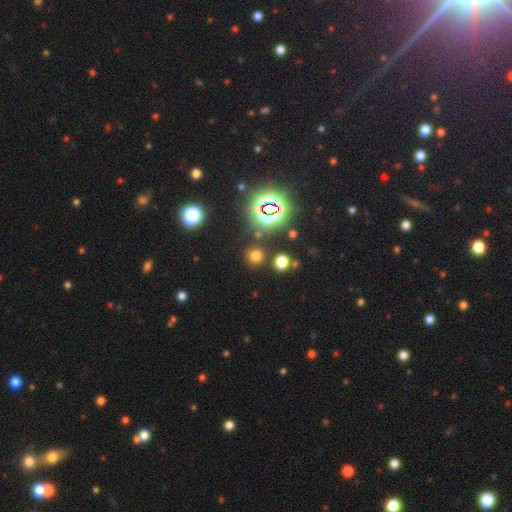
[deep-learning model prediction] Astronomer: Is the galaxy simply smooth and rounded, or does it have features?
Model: smooth — 64%.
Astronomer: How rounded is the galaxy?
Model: round — 91%.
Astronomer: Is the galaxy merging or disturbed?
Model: none — 84%.